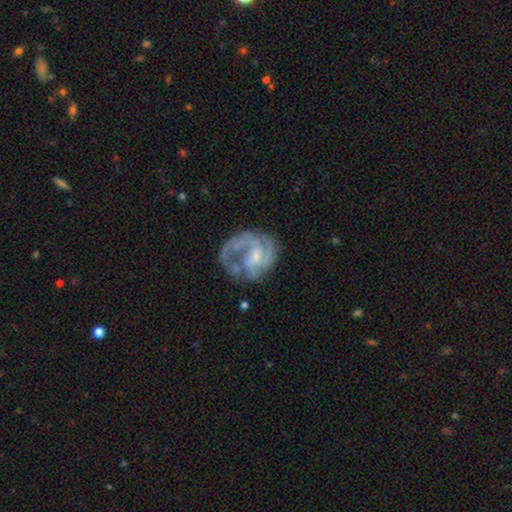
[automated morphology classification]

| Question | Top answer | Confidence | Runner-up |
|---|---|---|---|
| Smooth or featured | featured or disk | 79% | smooth (14%) |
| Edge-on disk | no | 98% | yes (2%) |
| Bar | no | 47% | weak (43%) |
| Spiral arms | yes | 85% | no (15%) |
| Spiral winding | medium | 45% | tight (31%) |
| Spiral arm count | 2 | 38% | can't tell (21%) |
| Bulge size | small | 55% | moderate (31%) |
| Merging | none | 46% | major disturbance (30%) |